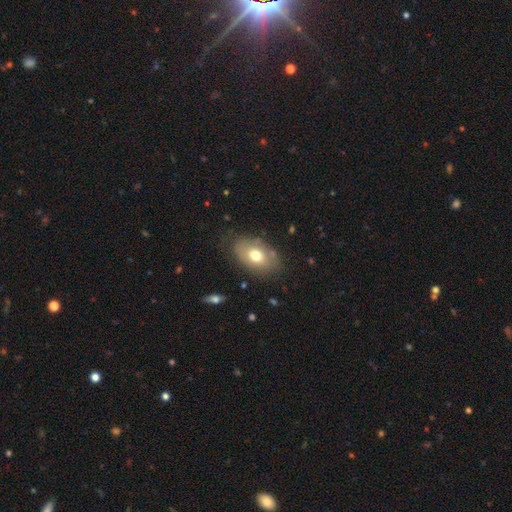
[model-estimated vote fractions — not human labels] Smooth or featured? Predicted: smooth (p=0.68). How rounded? Predicted: in between (p=0.87). Merging? Predicted: none (p=0.75).